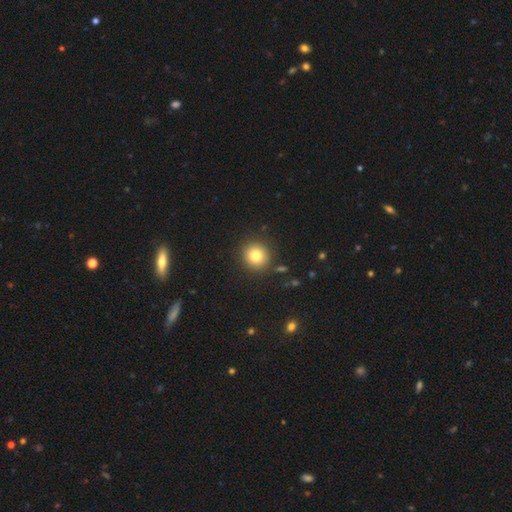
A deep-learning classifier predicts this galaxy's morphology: The model was most divided on "smooth or featured": smooth: 80%, star or artifact: 11%, featured or disk: 8%. More confident: how rounded — round (92%); merging — none (89%).